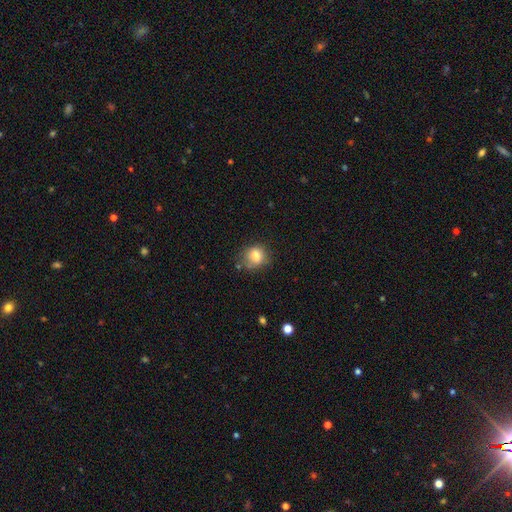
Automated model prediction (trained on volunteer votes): Q: Smooth or featured?
A: smooth (80%); runner-up: featured or disk (10%)
Q: How rounded?
A: round (71%); runner-up: in between (28%)
Q: Merging?
A: none (68%); runner-up: minor disturbance (22%)